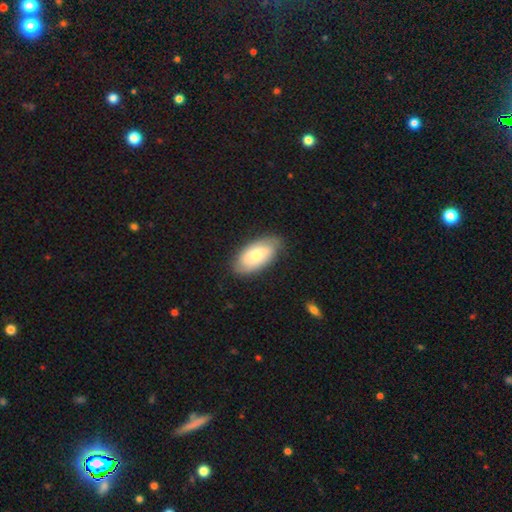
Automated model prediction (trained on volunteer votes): Overall: smooth (61%; featured or disk 33%). How rounded: in between (93%). Merging: none (79%).